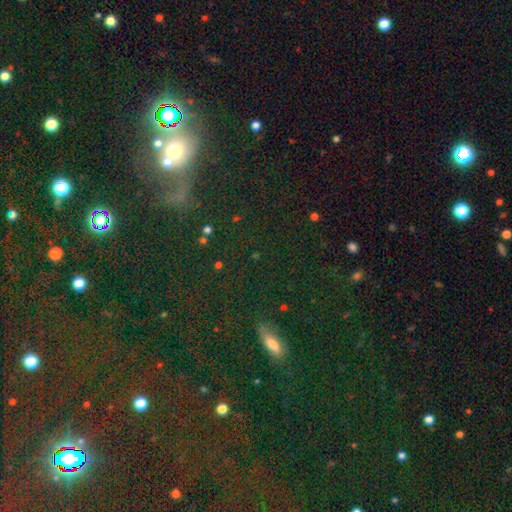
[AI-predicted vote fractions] Smooth or featured? star or artifact (47%)